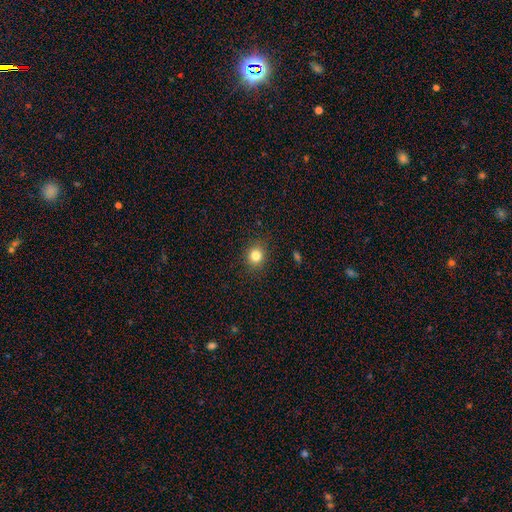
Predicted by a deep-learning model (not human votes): Smooth or featured?
  - smooth: 82% *
  - star or artifact: 12%
  - featured or disk: 6%
How rounded?
  - round: 79% *
  - in between: 20%
  - cigar-shaped: 1%
Merging?
  - none: 88% *
  - minor disturbance: 8%
  - major disturbance: 2%
  - merger: 1%